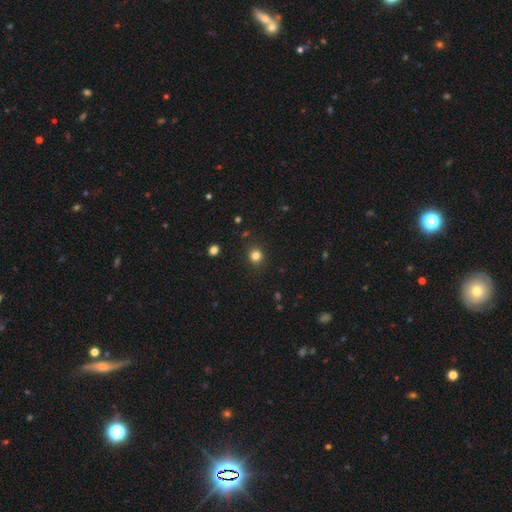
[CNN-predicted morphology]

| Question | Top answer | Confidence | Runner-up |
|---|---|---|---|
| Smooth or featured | smooth | 81% | star or artifact (14%) |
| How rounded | round | 86% | in between (13%) |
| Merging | none | 89% | minor disturbance (7%) |